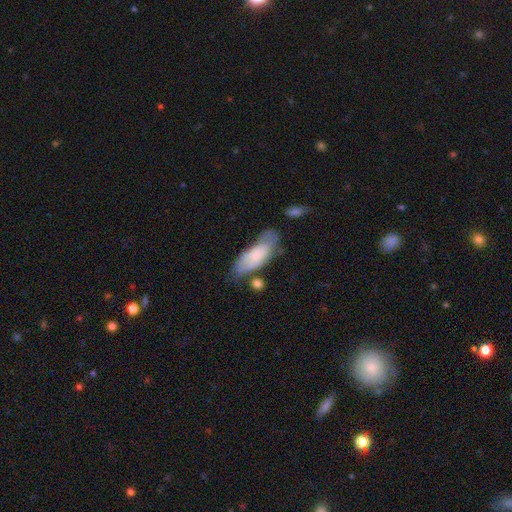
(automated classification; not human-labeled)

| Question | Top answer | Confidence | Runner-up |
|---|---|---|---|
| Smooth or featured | smooth | 65% | featured or disk (29%) |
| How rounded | in between | 74% | cigar-shaped (25%) |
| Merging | none | 46% | minor disturbance (31%) |